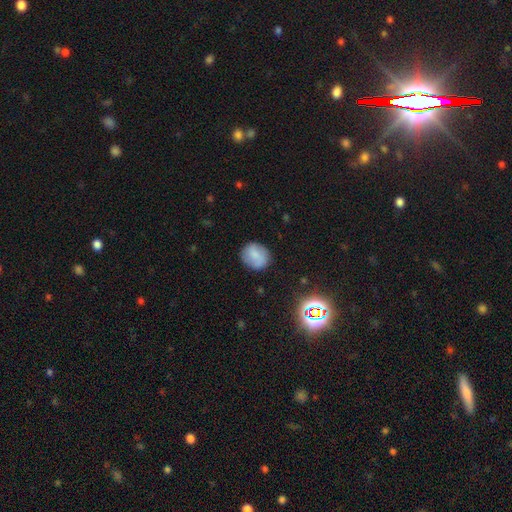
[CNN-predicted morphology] Q: Smooth or featured?
A: smooth (78%); runner-up: featured or disk (12%)
Q: How rounded?
A: round (66%); runner-up: in between (33%)
Q: Merging?
A: none (81%); runner-up: minor disturbance (13%)